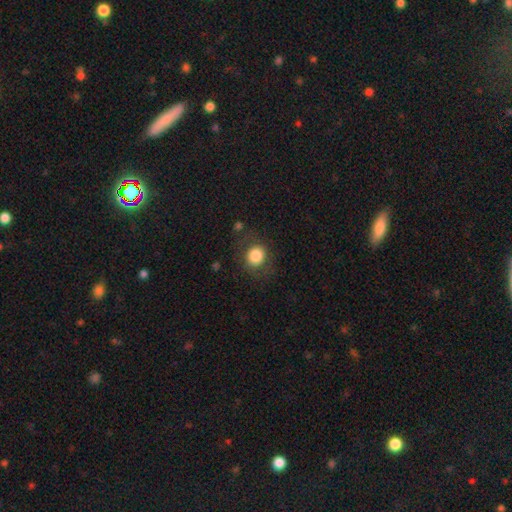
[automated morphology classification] Smooth or featured?
  - smooth: 82% *
  - featured or disk: 9%
  - star or artifact: 9%
How rounded?
  - round: 75% *
  - in between: 24%
  - cigar-shaped: 1%
Merging?
  - none: 77% *
  - minor disturbance: 14%
  - major disturbance: 7%
  - merger: 2%